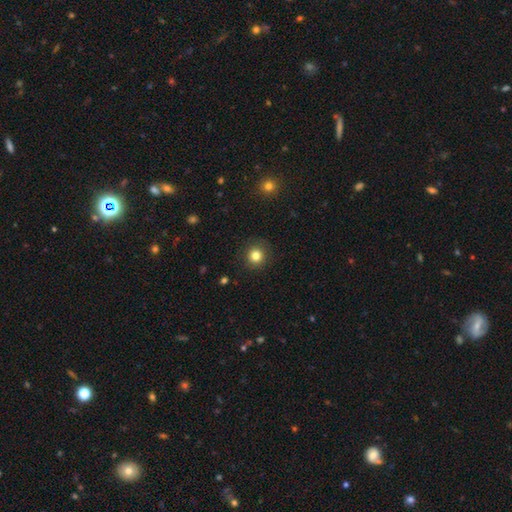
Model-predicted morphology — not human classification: Smooth or featured? Predicted: smooth (p=0.83). How rounded? Predicted: round (p=0.93). Merging? Predicted: none (p=0.90).